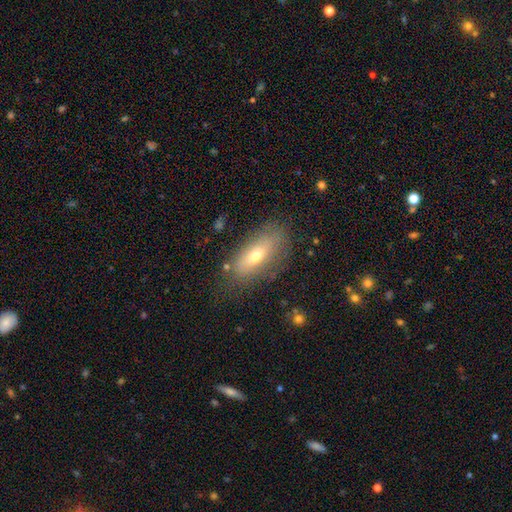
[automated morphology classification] Smooth or featured: smooth — 60% (featured or disk — 31%)
How rounded: in between — 78% (cigar-shaped — 19%)
Merging: none — 71% (minor disturbance — 19%)